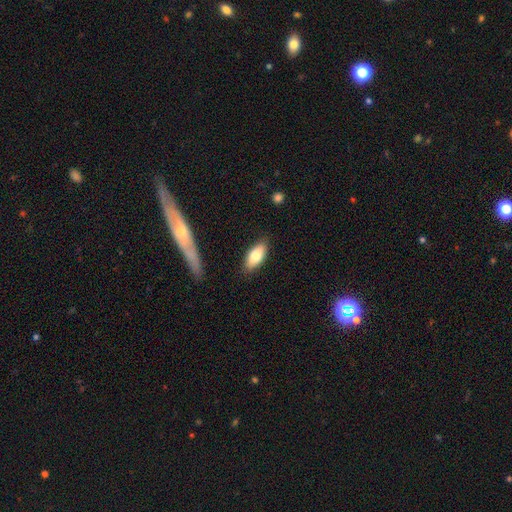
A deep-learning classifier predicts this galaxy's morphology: This appears to be a smooth galaxy with no disk features (78%) that is in between round and cigar-shaped (86%). Merging: none (85%).